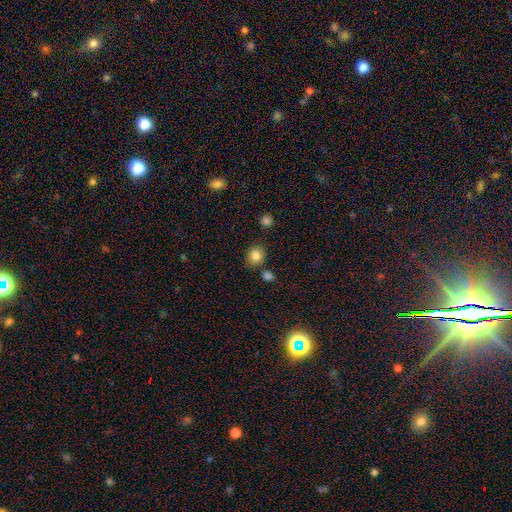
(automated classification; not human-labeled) Overall: smooth (84%). How rounded: round (80%). Merging: none (81%).